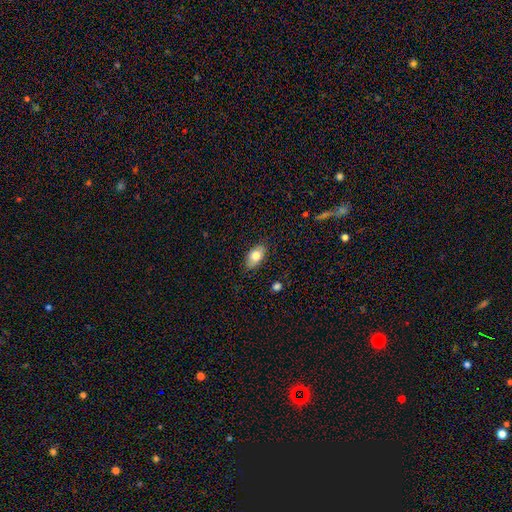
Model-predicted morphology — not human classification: Q: Smooth or featured?
A: smooth (79%); runner-up: featured or disk (14%)
Q: How rounded?
A: in between (91%); runner-up: round (6%)
Q: Merging?
A: none (83%); runner-up: minor disturbance (13%)